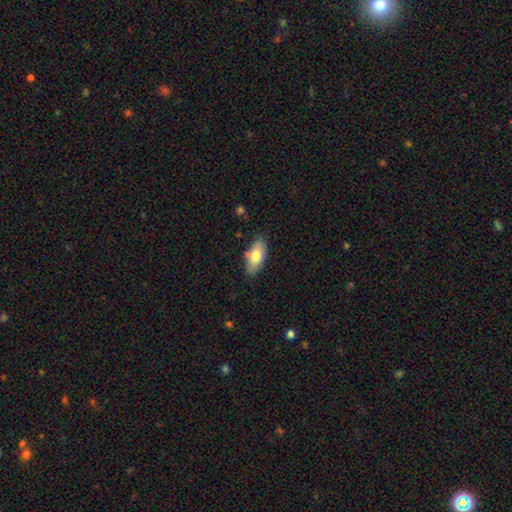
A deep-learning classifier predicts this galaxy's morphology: This is likely a smooth galaxy (74%). How rounded: clearly in between (89%). Merging: likely none (78%).